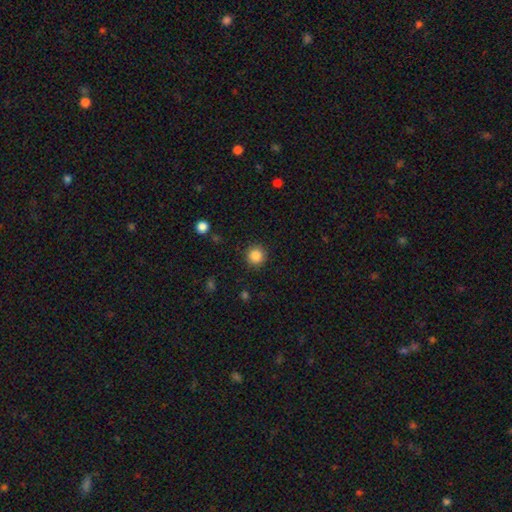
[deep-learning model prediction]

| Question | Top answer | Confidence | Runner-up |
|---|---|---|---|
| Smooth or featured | smooth | 86% | star or artifact (10%) |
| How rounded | round | 94% | in between (5%) |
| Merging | none | 91% | minor disturbance (6%) |